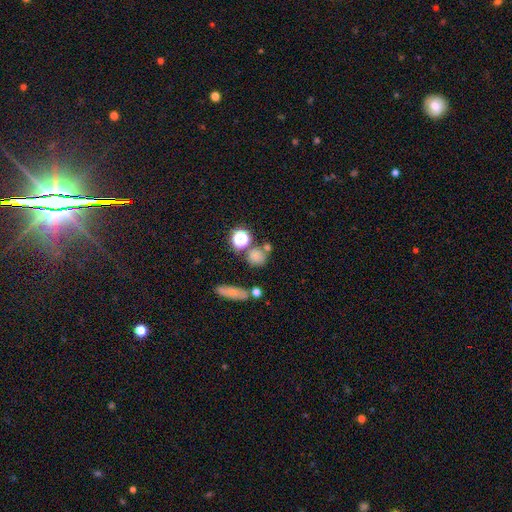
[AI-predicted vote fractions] smooth-or-featured: smooth: 71% | star or artifact: 21% | featured or disk: 8%
  how-rounded: round: 86% | in between: 12% | cigar-shaped: 2%
  merging: none: 68% | merger: 17% | minor disturbance: 11% | major disturbance: 4%